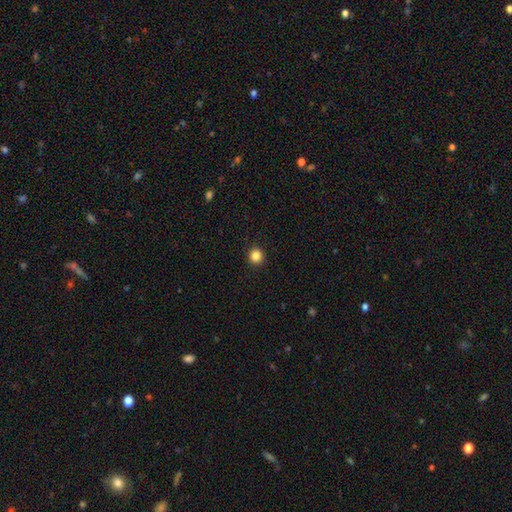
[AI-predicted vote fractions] Overall: smooth (86%). How rounded: round (93%). Merging: none (93%).